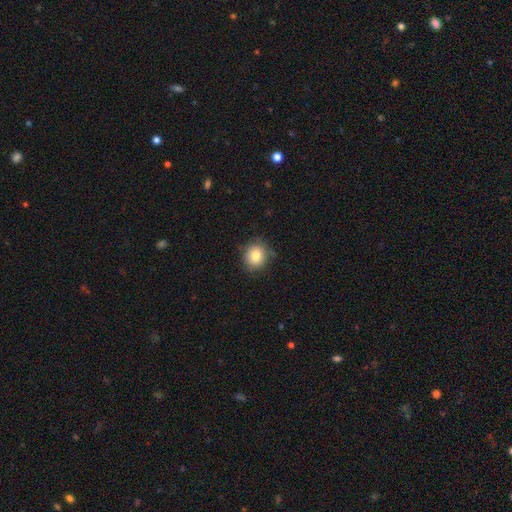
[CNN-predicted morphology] The model was most divided on "how rounded": round: 83%, in between: 17%, cigar-shaped: 1%. More confident: smooth or featured — smooth (81%); merging — none (81%).